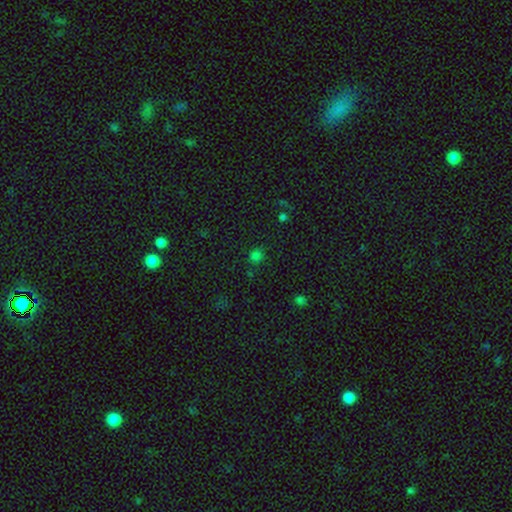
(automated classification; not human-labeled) smooth 71%, star or artifact 25%, featured or disk 4%. Down the decision tree: how rounded — round (83%); merging — none (82%).